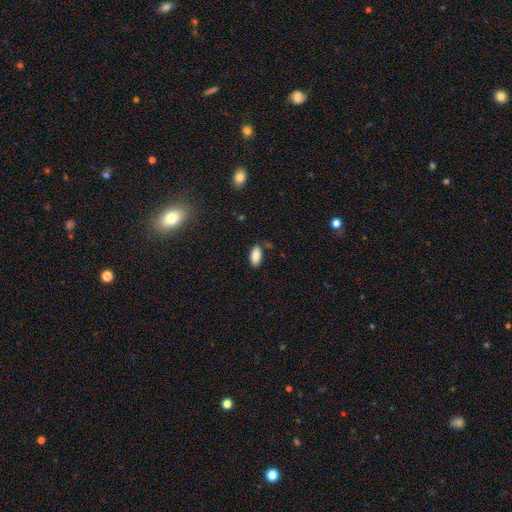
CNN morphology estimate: The model was most divided on "merging": none: 84%, minor disturbance: 11%, merger: 3%, major disturbance: 2%. More confident: how rounded — in between (90%); smooth or featured — smooth (87%).